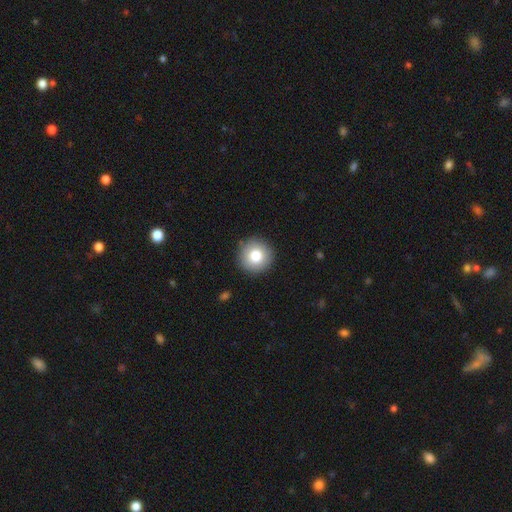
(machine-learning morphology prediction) A smooth galaxy with no disk features (80%) that is round (95%).

Vote fractions:
- Smooth or featured? smooth: 80% / featured or disk: 11% / star or artifact: 9%
- How rounded? round: 95% / in between: 4% / cigar-shaped: 1%
- Merging? none: 91% / minor disturbance: 6% / major disturbance: 2% / merger: 1%